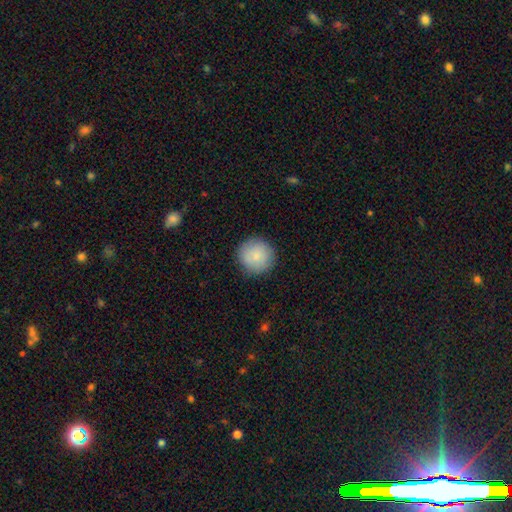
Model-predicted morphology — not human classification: The model was most divided on "smooth or featured": smooth: 86%, featured or disk: 7%, star or artifact: 7%. More confident: how rounded — round (95%); merging — none (88%).